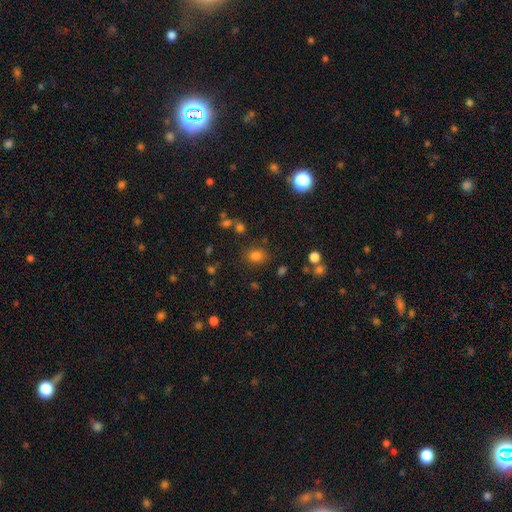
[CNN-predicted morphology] Smooth or featured: smooth — 77% (star or artifact — 17%)
How rounded: in between — 57% (round — 42%)
Merging: none — 77% (minor disturbance — 13%)